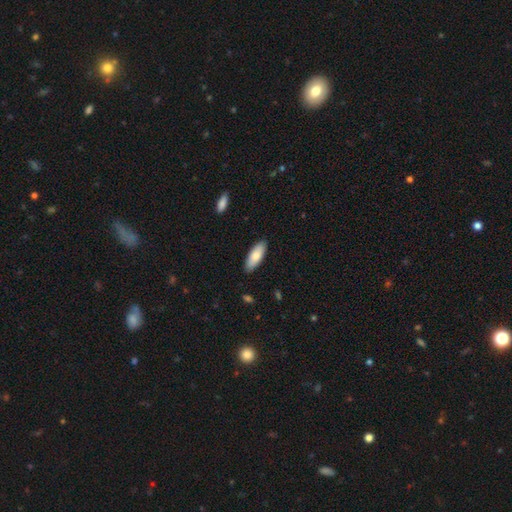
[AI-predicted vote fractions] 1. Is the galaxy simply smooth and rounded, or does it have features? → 79% smooth, 16% featured or disk, 6% star or artifact.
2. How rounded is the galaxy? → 73% in between, 25% cigar-shaped, 2% round.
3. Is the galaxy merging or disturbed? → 88% none, 9% minor disturbance, 2% major disturbance, 1% merger.